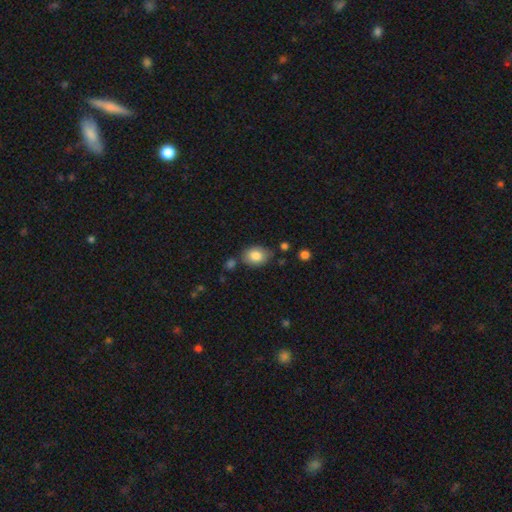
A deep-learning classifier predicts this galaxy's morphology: This is clearly a smooth galaxy (83%). How rounded: likely in between (66%). Merging: likely none (74%).